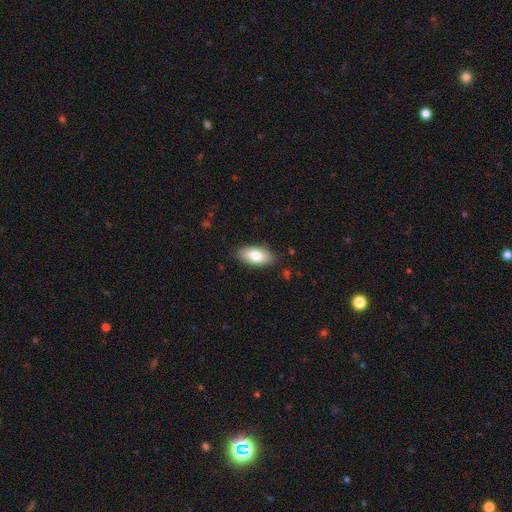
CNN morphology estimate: Q: Smooth or featured?
A: smooth (78%); runner-up: featured or disk (16%)
Q: How rounded?
A: in between (90%); runner-up: cigar-shaped (7%)
Q: Merging?
A: none (86%); runner-up: minor disturbance (11%)